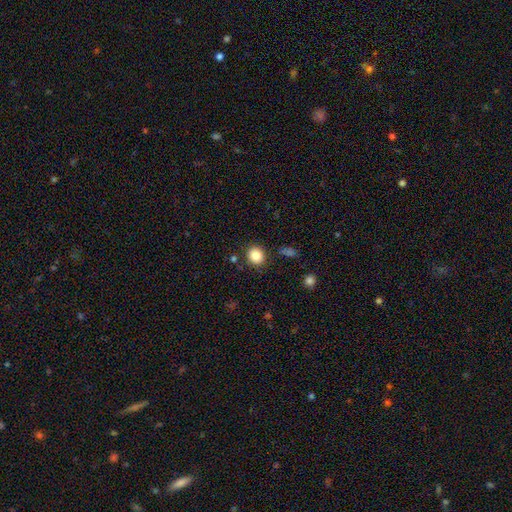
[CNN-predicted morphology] This is clearly a smooth galaxy (85%). How rounded: clearly round (85%). Merging: clearly none (87%).